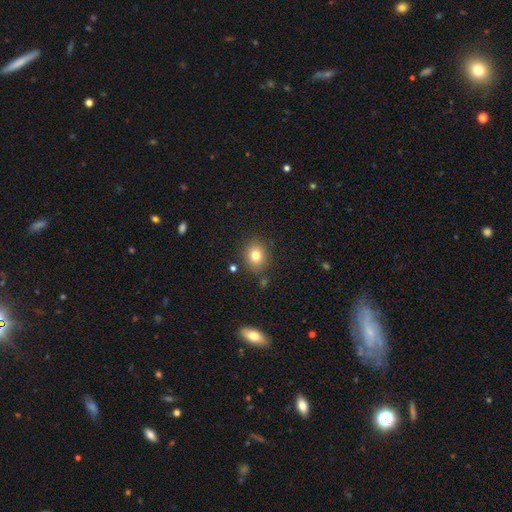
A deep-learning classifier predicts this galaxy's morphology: This is likely a smooth galaxy (80%). How rounded: likely round (66%). Merging: clearly none (84%).